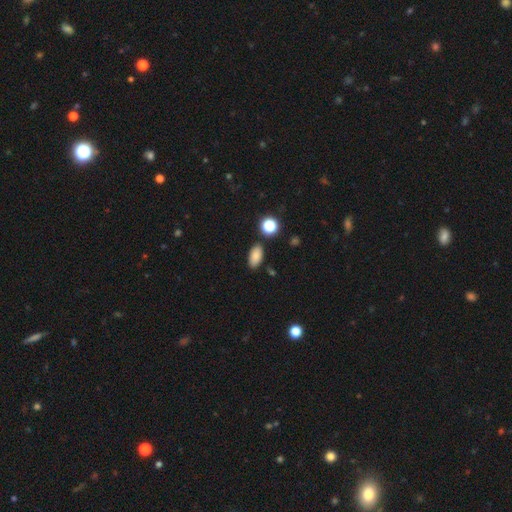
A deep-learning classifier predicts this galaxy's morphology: Smooth or featured? smooth (84%)
How rounded? in between (91%)
Merging? none (84%)